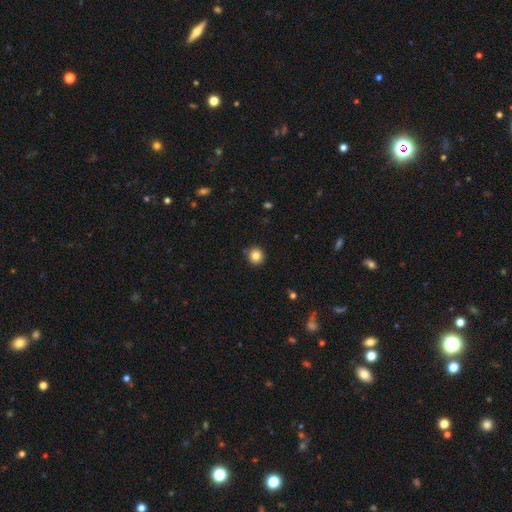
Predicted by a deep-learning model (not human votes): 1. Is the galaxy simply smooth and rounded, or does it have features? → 83% smooth, 11% star or artifact, 6% featured or disk.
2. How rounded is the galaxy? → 93% round, 6% in between, 1% cigar-shaped.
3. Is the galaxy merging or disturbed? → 86% none, 9% minor disturbance, 3% merger, 2% major disturbance.